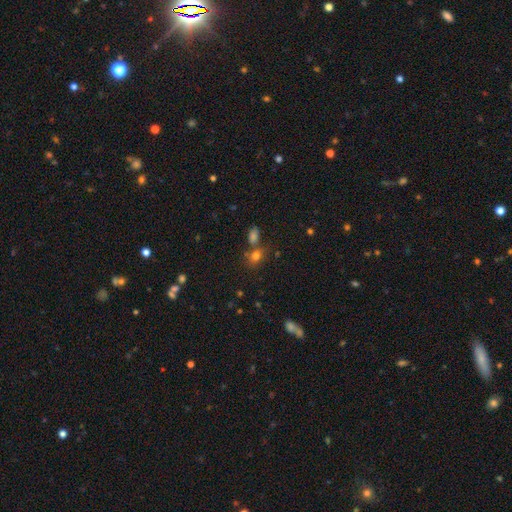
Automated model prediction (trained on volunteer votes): smooth-or-featured: smooth: 74% | star or artifact: 16% | featured or disk: 9%
  how-rounded: in between: 54% | round: 44% | cigar-shaped: 2%
  merging: none: 55% | merger: 27% | minor disturbance: 13% | major disturbance: 5%